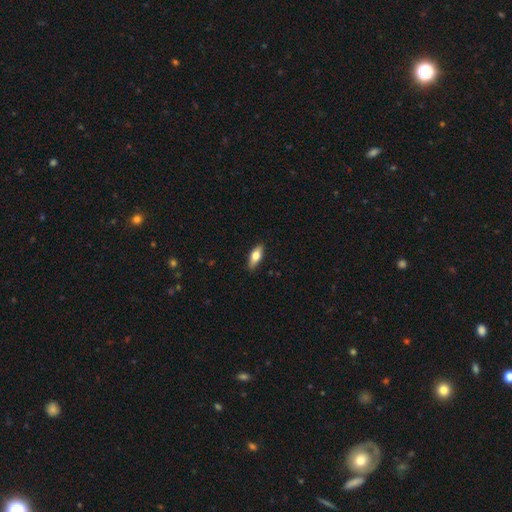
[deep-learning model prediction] The model was most divided on "smooth or featured": smooth: 69%, featured or disk: 25%, star or artifact: 6%. More confident: merging — none (88%); how rounded — in between (74%).